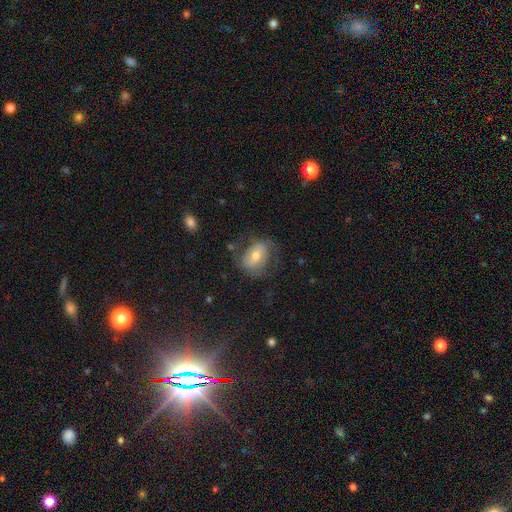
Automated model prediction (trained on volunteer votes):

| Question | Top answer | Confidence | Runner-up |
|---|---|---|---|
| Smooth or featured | featured or disk | 46% | smooth (45%) |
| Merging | none | 58% | minor disturbance (22%) |